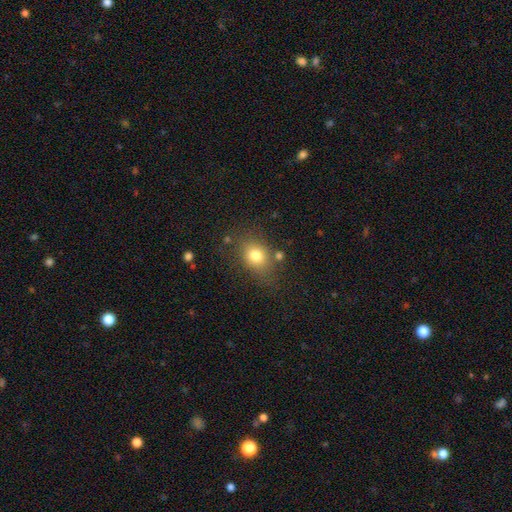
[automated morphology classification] The model was most divided on "how rounded": in between: 53%, round: 46%, cigar-shaped: 1%. More confident: smooth or featured — smooth (77%); merging — none (73%).